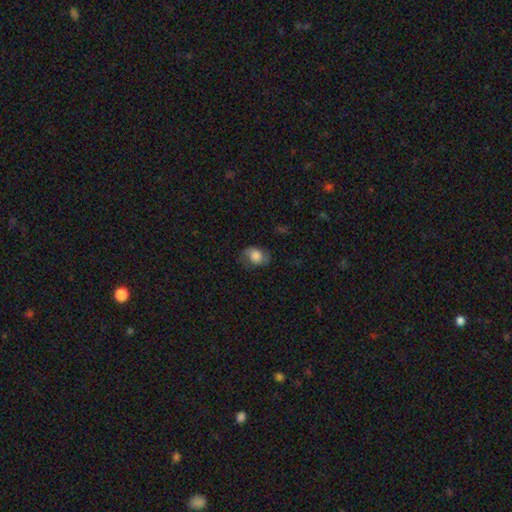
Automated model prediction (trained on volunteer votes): Q: Smooth or featured?
A: smooth (65%); runner-up: featured or disk (26%)
Q: How rounded?
A: in between (66%); runner-up: round (33%)
Q: Merging?
A: none (61%); runner-up: minor disturbance (25%)